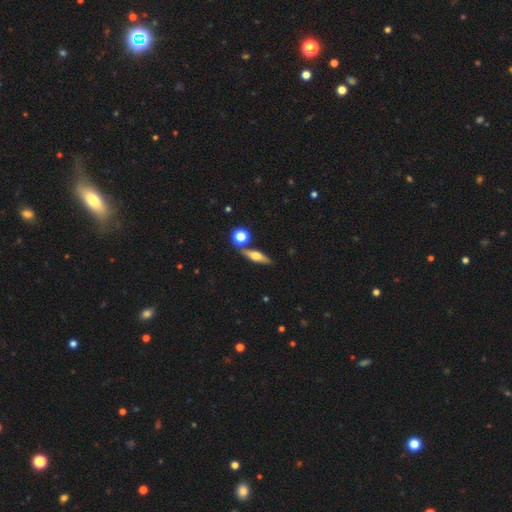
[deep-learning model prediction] This appears to be a featured or disk galaxy (53%) viewed edge-on (91%). Merging: none (78%).